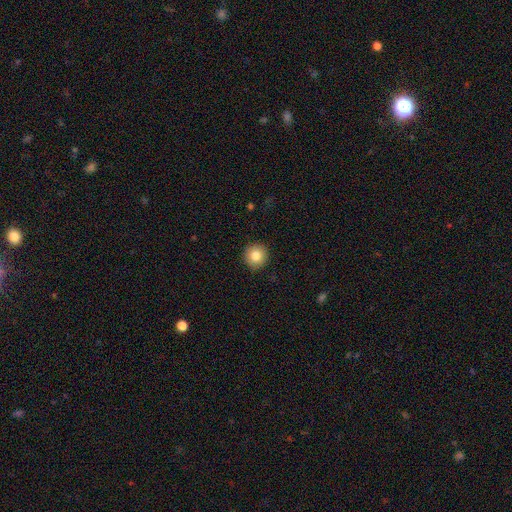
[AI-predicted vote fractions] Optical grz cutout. It shows a smooth galaxy with no disk features (82%) that is round (95%). Merging: none (93%).